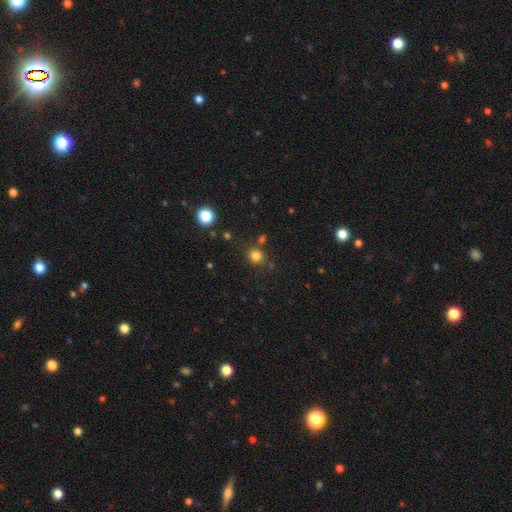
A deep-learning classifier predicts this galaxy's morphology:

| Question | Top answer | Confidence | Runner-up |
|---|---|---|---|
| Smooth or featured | smooth | 80% | star or artifact (15%) |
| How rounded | round | 85% | in between (14%) |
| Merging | none | 80% | minor disturbance (10%) |